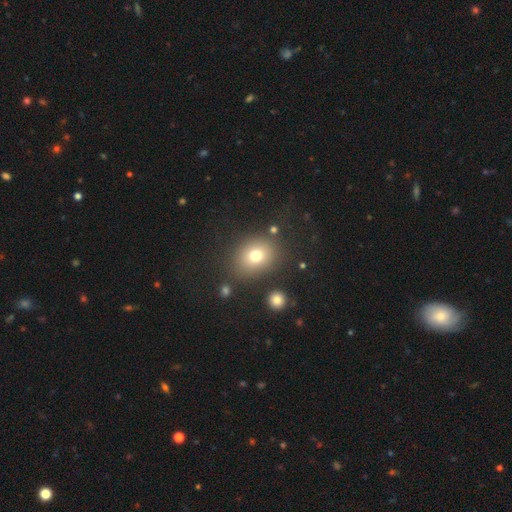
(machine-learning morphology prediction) smooth-or-featured: smooth: 75% | star or artifact: 14% | featured or disk: 11%
  how-rounded: round: 55% | in between: 44% | cigar-shaped: 1%
  merging: none: 80% | minor disturbance: 11% | major disturbance: 5% | merger: 4%